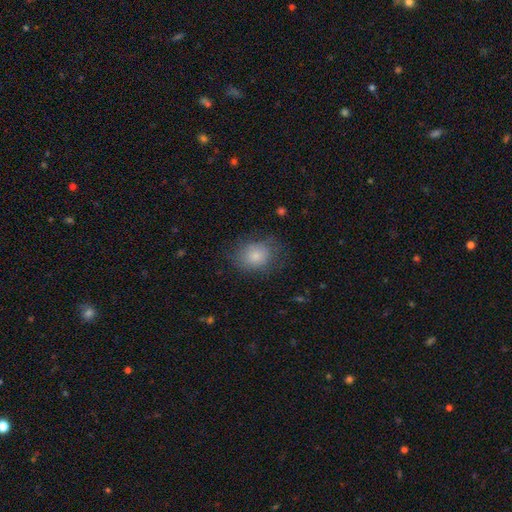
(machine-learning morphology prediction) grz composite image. It shows a smooth galaxy with no disk features (79%) that is round (55%). Merging: none (66%).